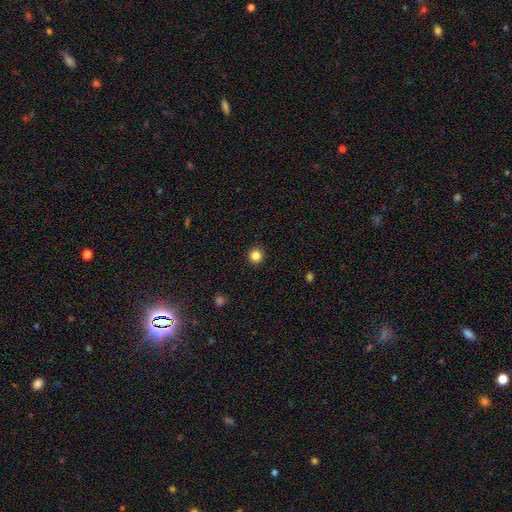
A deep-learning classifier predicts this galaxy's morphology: Smooth or featured?
  - smooth: 85% *
  - star or artifact: 12%
  - featured or disk: 4%
How rounded?
  - round: 95% *
  - in between: 4%
  - cigar-shaped: 1%
Merging?
  - none: 93% *
  - minor disturbance: 5%
  - major disturbance: 2%
  - merger: 1%